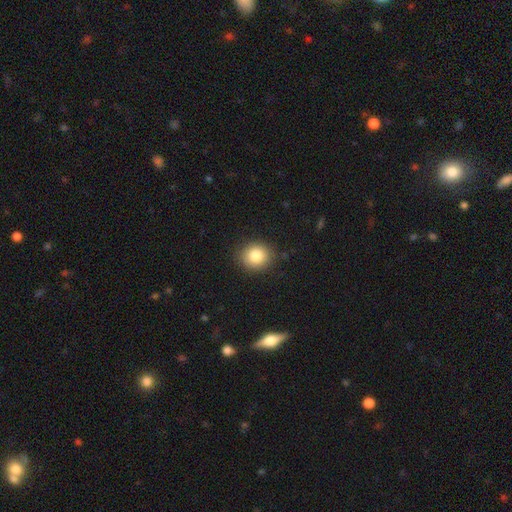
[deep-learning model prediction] Smooth or featured? smooth (84%)
How rounded? round (76%)
Merging? none (88%)